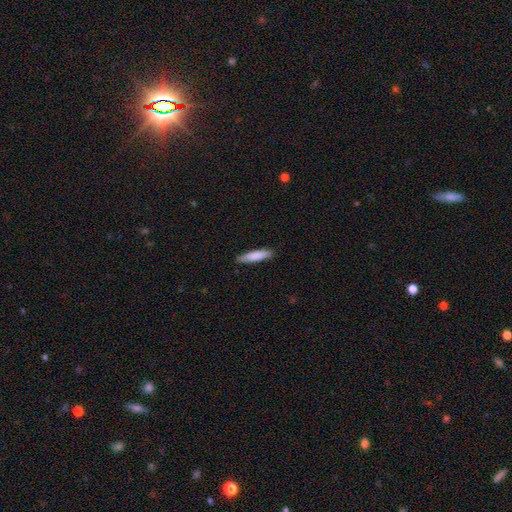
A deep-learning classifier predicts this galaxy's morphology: This appears to be a smooth galaxy with no disk features (83%) that is cigar-shaped (82%). Merging: none (86%).